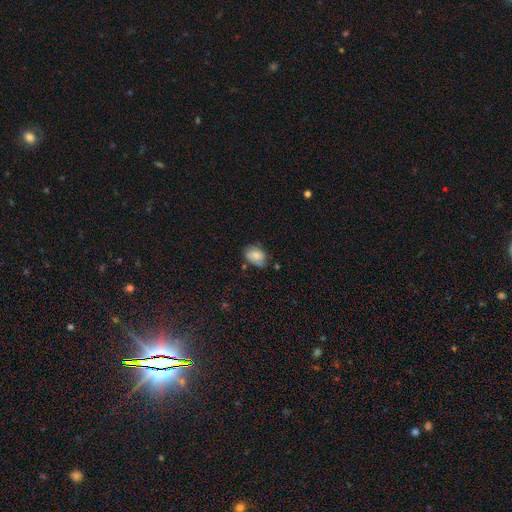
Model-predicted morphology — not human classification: Overall: smooth (70%). How rounded: in between (78%). Merging: none (56%; minor disturbance 31%).